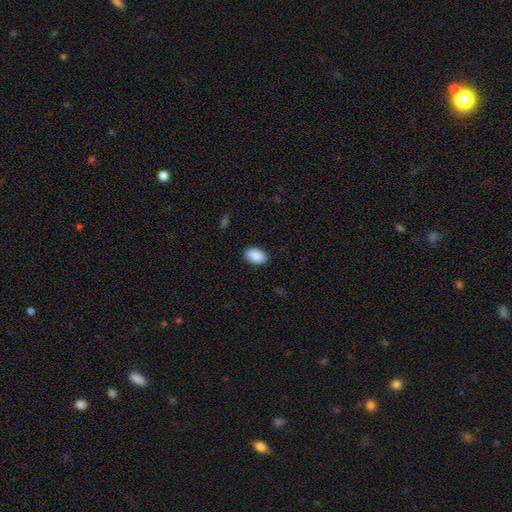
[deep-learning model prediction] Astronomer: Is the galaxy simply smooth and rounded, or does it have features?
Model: smooth — 90%.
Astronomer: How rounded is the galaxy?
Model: in between — 91%.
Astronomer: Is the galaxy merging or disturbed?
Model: none — 88%.